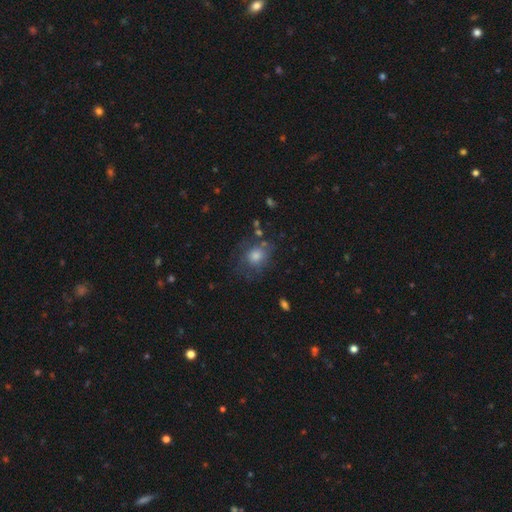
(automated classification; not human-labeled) Smooth or featured? Predicted: smooth (p=0.67). How rounded? Predicted: round (p=0.71). Merging? Predicted: none (p=0.63).